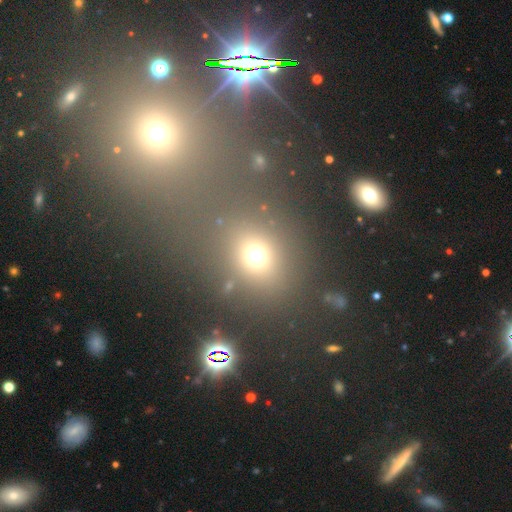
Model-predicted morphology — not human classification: This appears to be a smooth galaxy with no disk features (68%) that is round (69%). Merging: none (69%).